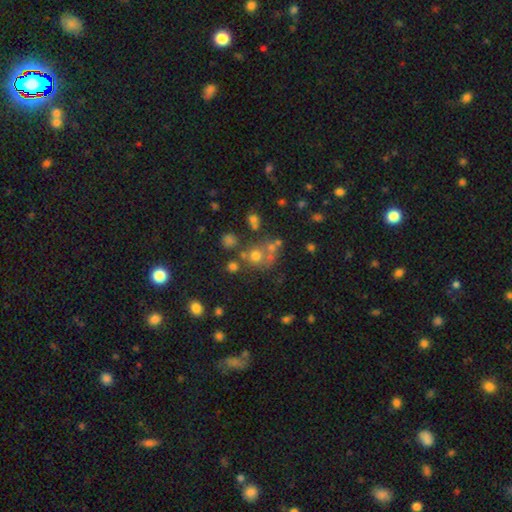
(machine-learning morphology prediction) Smooth or featured? Predicted: smooth (p=0.59). How rounded? Predicted: round (p=0.83). Merging? Predicted: none (p=0.49).